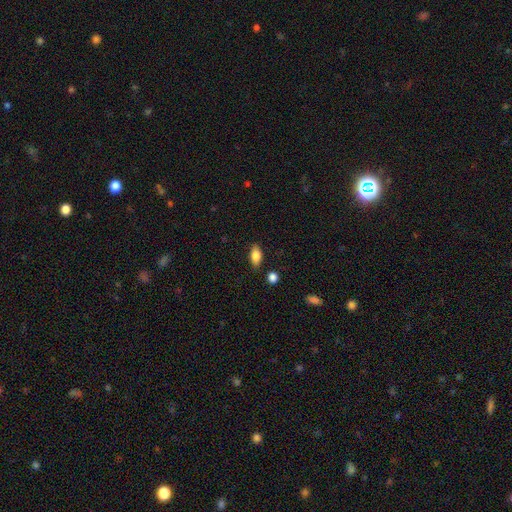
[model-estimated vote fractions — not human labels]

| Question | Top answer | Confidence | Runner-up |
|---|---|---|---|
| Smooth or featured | smooth | 84% | featured or disk (8%) |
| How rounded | in between | 89% | cigar-shaped (6%) |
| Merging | none | 83% | minor disturbance (12%) |